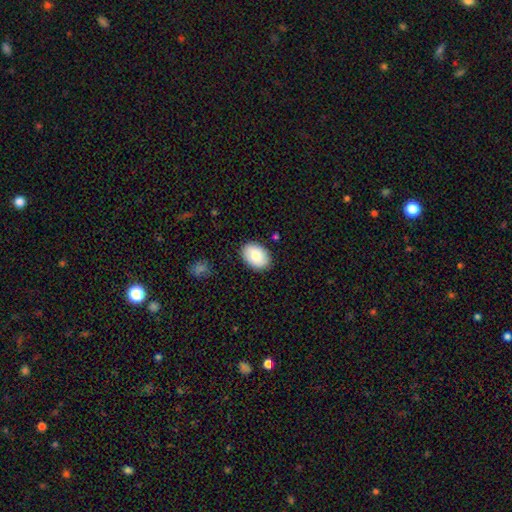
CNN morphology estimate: smooth 84%, featured or disk 9%, star or artifact 6%. Down the decision tree: how rounded — in between (83%); merging — none (86%).